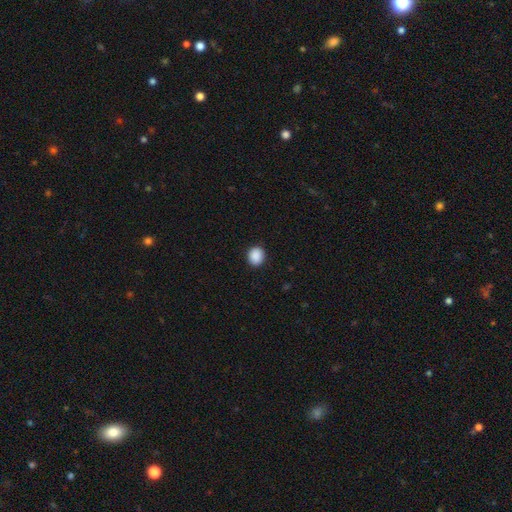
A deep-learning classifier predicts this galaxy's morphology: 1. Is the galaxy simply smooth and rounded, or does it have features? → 90% smooth, 8% star or artifact, 2% featured or disk.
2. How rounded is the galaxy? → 75% round, 24% in between, 1% cigar-shaped.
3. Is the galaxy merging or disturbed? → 91% none, 6% minor disturbance, 2% major disturbance, 1% merger.